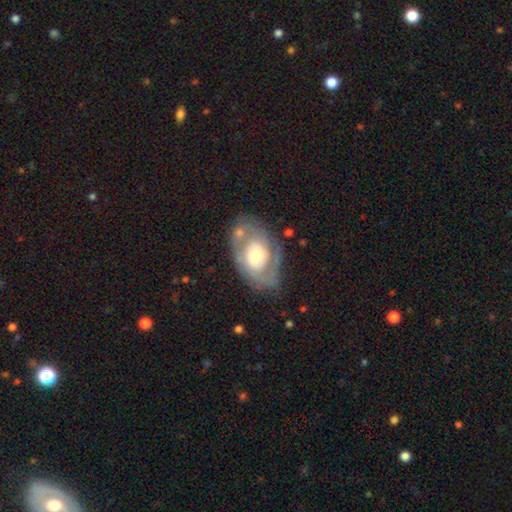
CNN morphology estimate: This is likely a featured or disk galaxy (67%). It is clearly not viewed edge-on (94%). Bar: likely no (74%). Spiral arm pattern: likely yes (66%). Central bulge: possibly moderate (59%). Merging: likely none (61%).